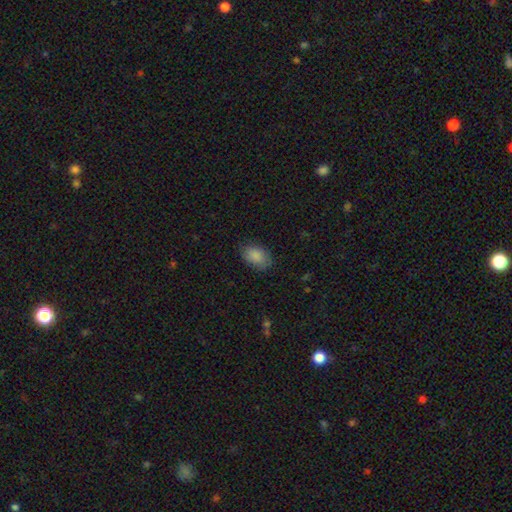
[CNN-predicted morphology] Overall: smooth (87%). How rounded: in between (84%). Merging: none (79%).